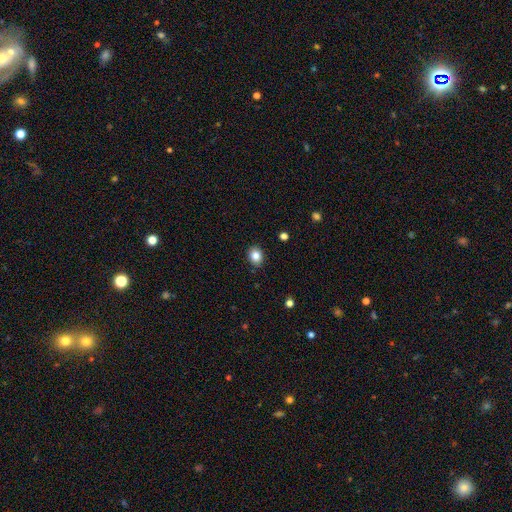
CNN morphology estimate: This is clearly a smooth galaxy (84%). How rounded: possibly round (55%). Merging: clearly none (89%).